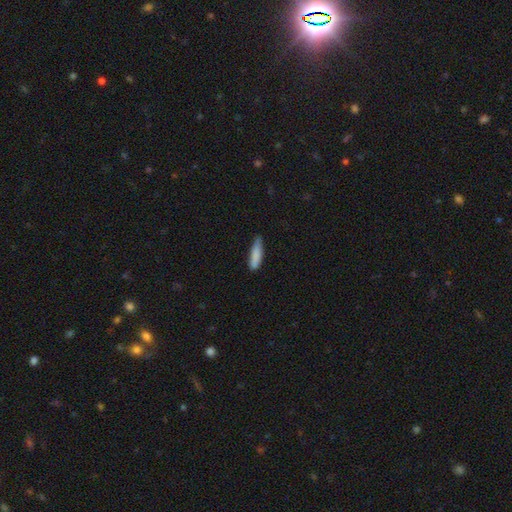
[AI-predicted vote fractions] Smooth or featured? smooth (84%)
How rounded? cigar-shaped (72%)
Merging? none (65%)